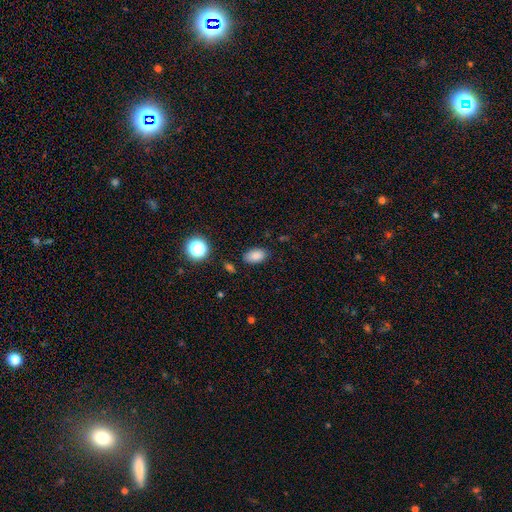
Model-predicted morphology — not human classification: This is clearly a smooth galaxy (83%). How rounded: clearly in between (90%). Merging: clearly none (83%).